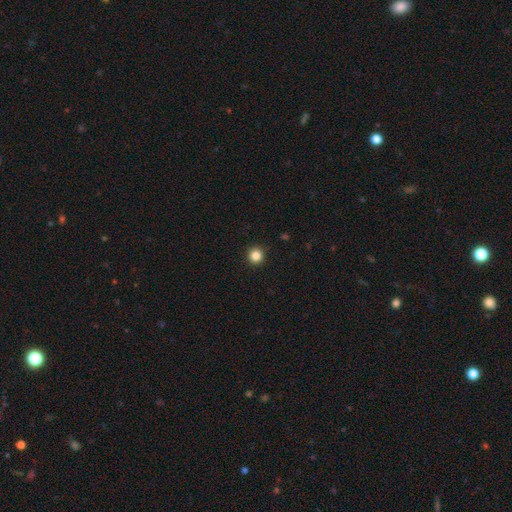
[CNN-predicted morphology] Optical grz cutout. It shows a smooth galaxy with no disk features (85%) that is round (96%). Merging: none (93%).